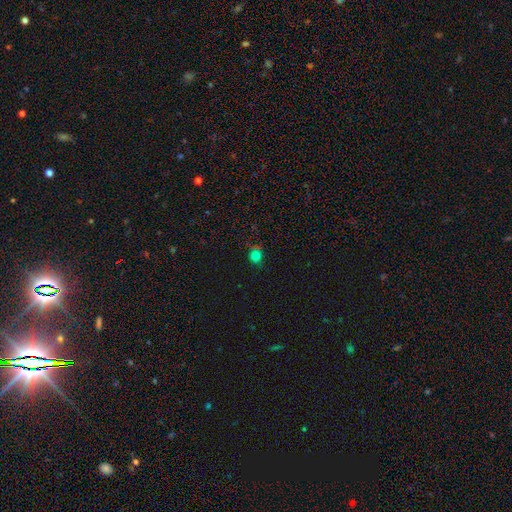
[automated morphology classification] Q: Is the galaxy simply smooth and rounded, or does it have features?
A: smooth — 77%.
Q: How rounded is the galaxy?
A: round — 75%.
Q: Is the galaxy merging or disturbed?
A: none — 71%.